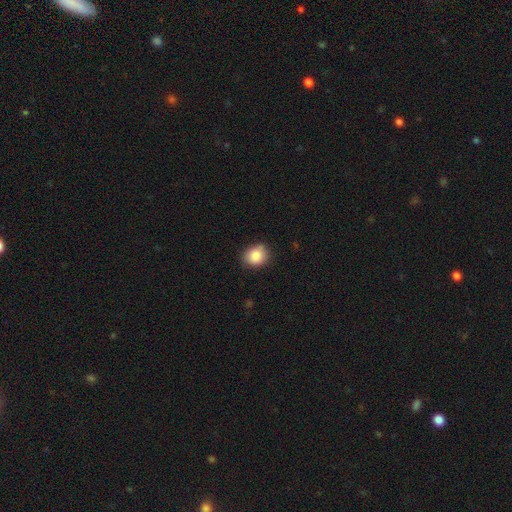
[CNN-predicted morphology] A smooth galaxy with no disk features (87%) that is round (63%).

Vote fractions:
- Smooth or featured? smooth: 87% / star or artifact: 8% / featured or disk: 5%
- How rounded? round: 63% / in between: 36% / cigar-shaped: 1%
- Merging? none: 79% / minor disturbance: 17% / major disturbance: 3% / merger: 1%